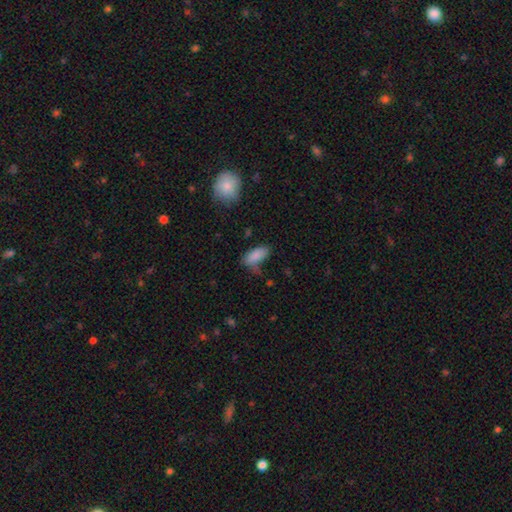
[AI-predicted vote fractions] This appears to be a smooth galaxy with no disk features (86%) that is in between round and cigar-shaped (89%). Merging: none (56%).